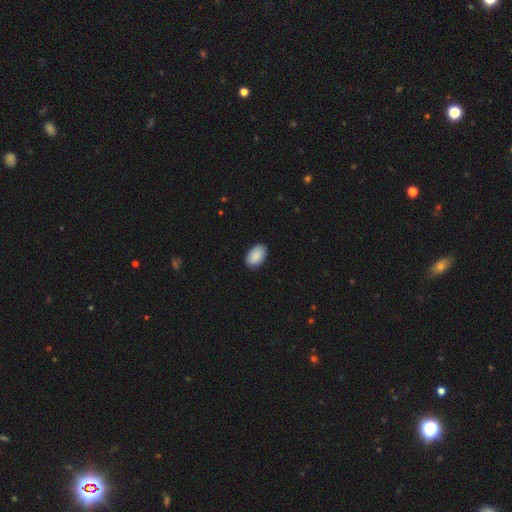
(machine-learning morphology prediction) Overall: smooth (89%). How rounded: in between (93%). Merging: none (88%).